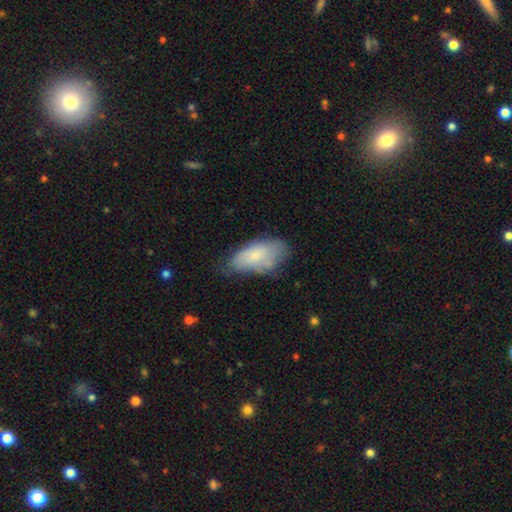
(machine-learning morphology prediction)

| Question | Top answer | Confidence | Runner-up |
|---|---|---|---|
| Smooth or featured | smooth | 72% | featured or disk (21%) |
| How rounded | in between | 93% | cigar-shaped (5%) |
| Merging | none | 48% | minor disturbance (37%) |